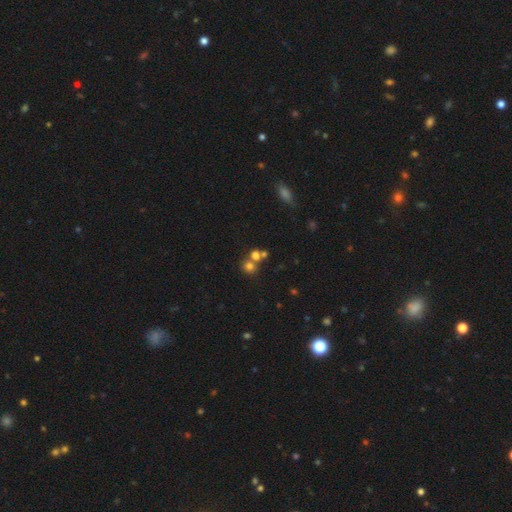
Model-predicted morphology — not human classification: A smooth galaxy with no disk features (69%) that is round (83%).

Vote fractions:
- Smooth or featured? smooth: 69% / star or artifact: 18% / featured or disk: 13%
- How rounded? round: 83% / in between: 16% / cigar-shaped: 1%
- Merging? none: 47% / merger: 43% / minor disturbance: 7% / major disturbance: 3%